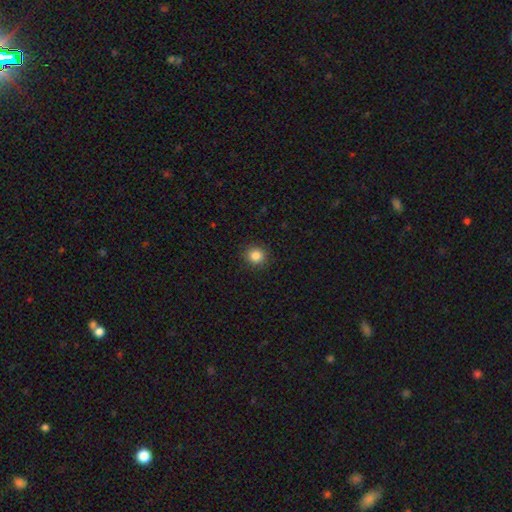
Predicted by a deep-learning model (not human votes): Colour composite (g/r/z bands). It shows a smooth galaxy with no disk features (84%) that is round (88%). Merging: none (91%).